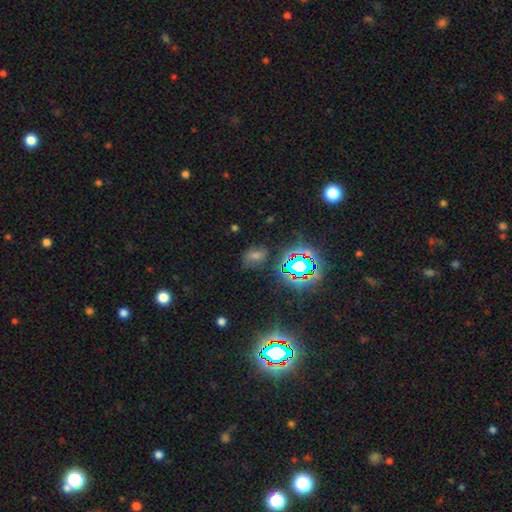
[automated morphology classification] The model was most divided on "smooth or featured": star or artifact: 51%, smooth: 35%, featured or disk: 14%.